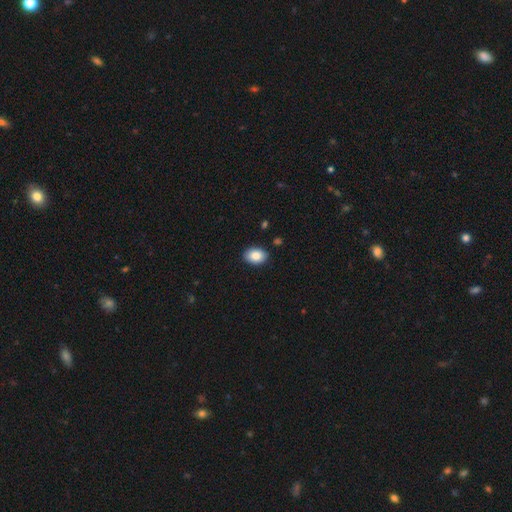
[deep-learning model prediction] Smooth or featured: smooth — 86% (star or artifact — 7%)
How rounded: in between — 81% (round — 18%)
Merging: none — 89% (minor disturbance — 8%)